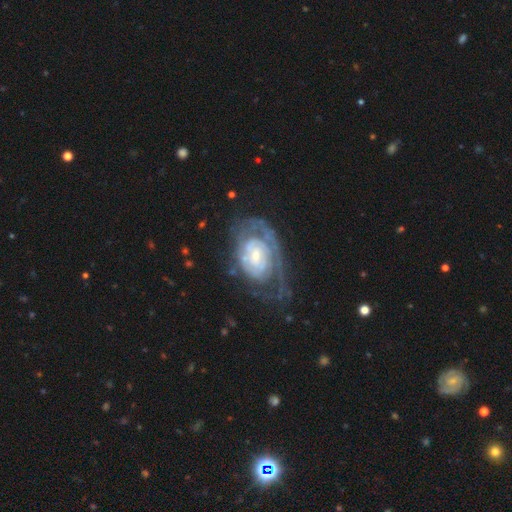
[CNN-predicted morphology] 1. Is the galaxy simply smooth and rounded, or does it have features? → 84% featured or disk, 11% smooth, 5% star or artifact.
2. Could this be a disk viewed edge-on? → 97% no, 3% yes.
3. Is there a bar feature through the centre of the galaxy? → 55% no, 36% weak, 9% strong.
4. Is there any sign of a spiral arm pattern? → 89% yes, 11% no.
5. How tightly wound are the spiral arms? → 69% tight, 23% medium, 7% loose.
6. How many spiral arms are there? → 44% can't tell, 29% 2, 10% 3, 9% 1, 5% 4, 4% more than 4.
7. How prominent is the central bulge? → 55% small, 35% moderate, 5% large, 4% none, 1% dominant.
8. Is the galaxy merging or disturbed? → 54% none, 23% minor disturbance, 21% major disturbance, 2% merger.